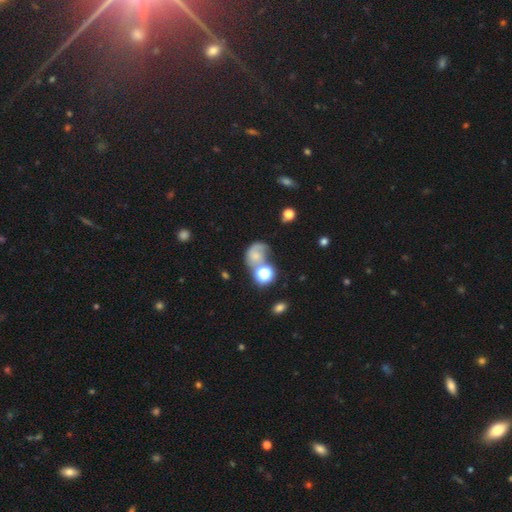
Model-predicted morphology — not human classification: Q: Smooth or featured?
A: smooth (47%); runner-up: featured or disk (35%)
Q: Merging?
A: none (30%); runner-up: merger (25%)